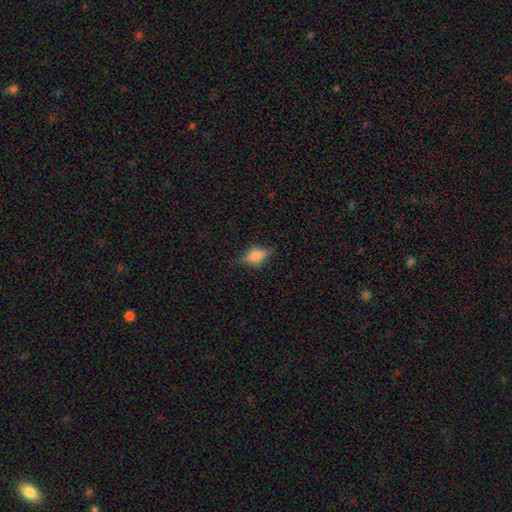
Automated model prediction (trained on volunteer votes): Smooth or featured: smooth — 60% (featured or disk — 28%)
How rounded: in between — 77% (cigar-shaped — 15%)
Merging: none — 70% (minor disturbance — 22%)